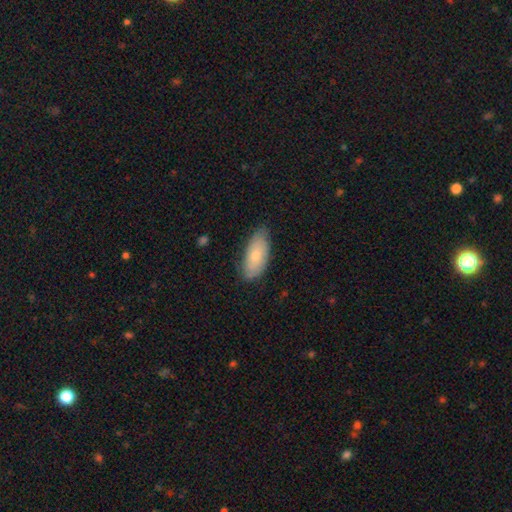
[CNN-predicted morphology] This appears to be a smooth galaxy with no disk features (74%) that is in between round and cigar-shaped (88%). Merging: none (73%).